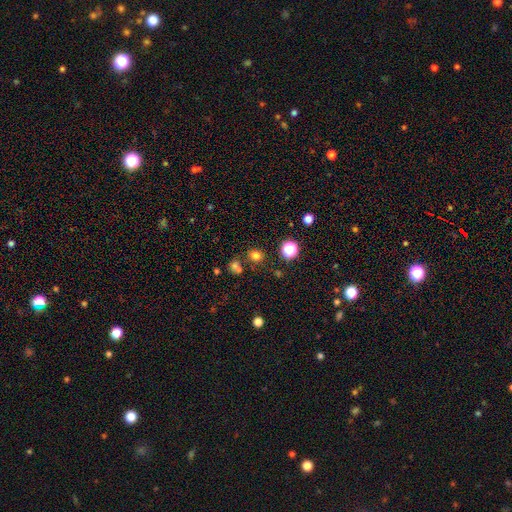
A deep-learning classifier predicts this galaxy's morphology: This appears to be a smooth galaxy with no disk features (73%) that is round (75%). Merging: none (73%).